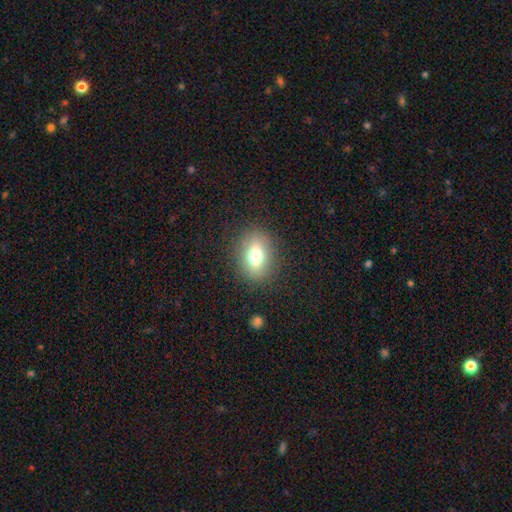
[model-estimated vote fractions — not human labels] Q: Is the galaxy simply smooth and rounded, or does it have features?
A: smooth — 71%.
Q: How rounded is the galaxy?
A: in between — 64%.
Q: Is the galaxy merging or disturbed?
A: none — 86%.